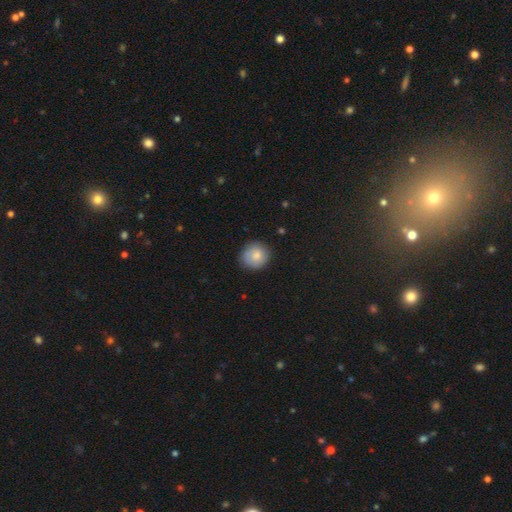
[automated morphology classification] type=smooth (79%); roundness=round (87%); merging=none (84%).